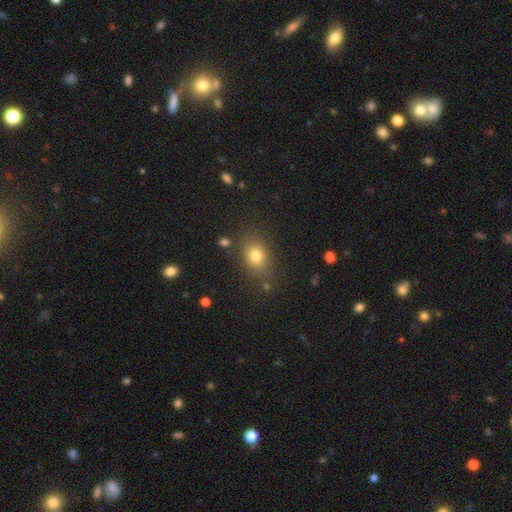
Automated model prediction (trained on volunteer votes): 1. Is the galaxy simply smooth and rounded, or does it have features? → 78% smooth, 13% star or artifact, 8% featured or disk.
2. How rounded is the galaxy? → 55% in between, 43% round, 1% cigar-shaped.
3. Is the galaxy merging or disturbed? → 79% none, 13% minor disturbance, 5% major disturbance, 4% merger.